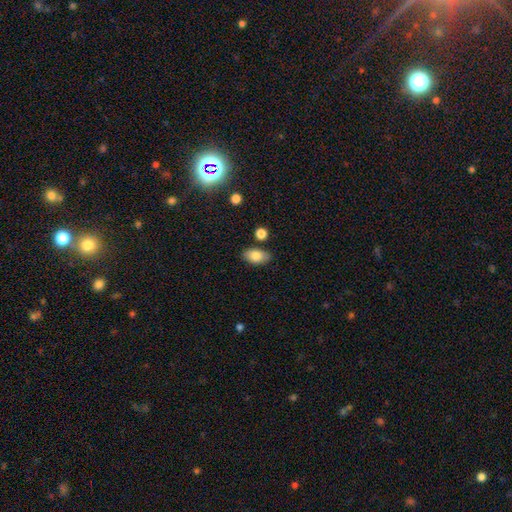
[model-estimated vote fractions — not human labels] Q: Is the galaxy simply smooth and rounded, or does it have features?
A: smooth — 82%.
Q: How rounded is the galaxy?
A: in between — 91%.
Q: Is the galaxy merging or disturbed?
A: none — 82%.